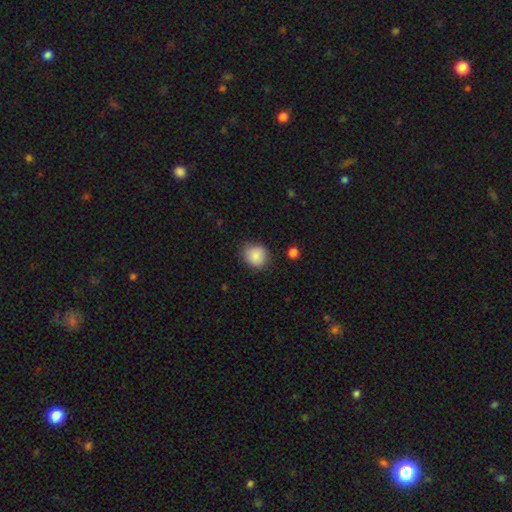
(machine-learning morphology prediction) Q: Smooth or featured?
A: smooth (86%); runner-up: star or artifact (9%)
Q: How rounded?
A: round (79%); runner-up: in between (20%)
Q: Merging?
A: none (79%); runner-up: minor disturbance (16%)